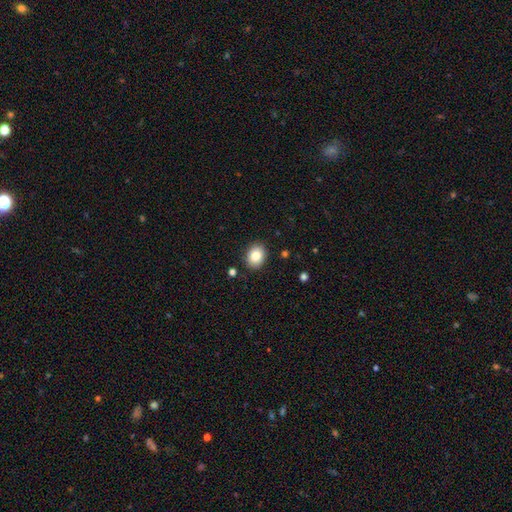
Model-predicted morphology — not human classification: Smooth or featured? smooth (83%)
How rounded? in between (55%)
Merging? none (89%)